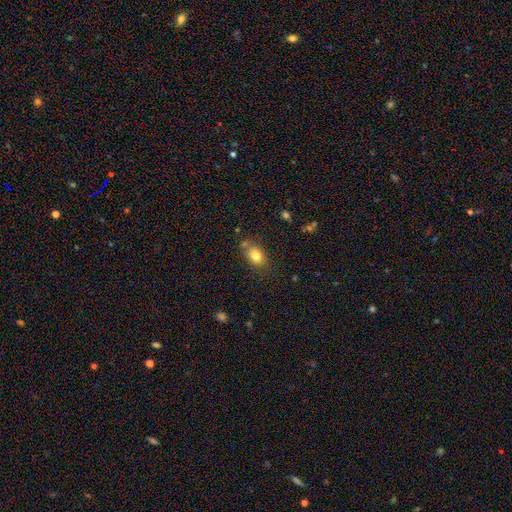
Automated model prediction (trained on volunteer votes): A smooth galaxy with no disk features (81%) that is in between round and cigar-shaped (74%).

Vote fractions:
- Smooth or featured? smooth: 81% / star or artifact: 10% / featured or disk: 9%
- How rounded? in between: 74% / round: 25% / cigar-shaped: 2%
- Merging? none: 70% / minor disturbance: 17% / merger: 8% / major disturbance: 5%